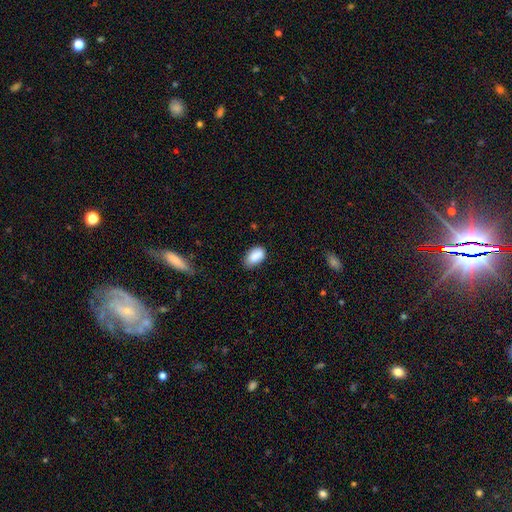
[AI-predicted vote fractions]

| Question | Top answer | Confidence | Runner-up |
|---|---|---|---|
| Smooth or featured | smooth | 87% | star or artifact (8%) |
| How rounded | in between | 92% | round (6%) |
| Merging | none | 70% | minor disturbance (23%) |